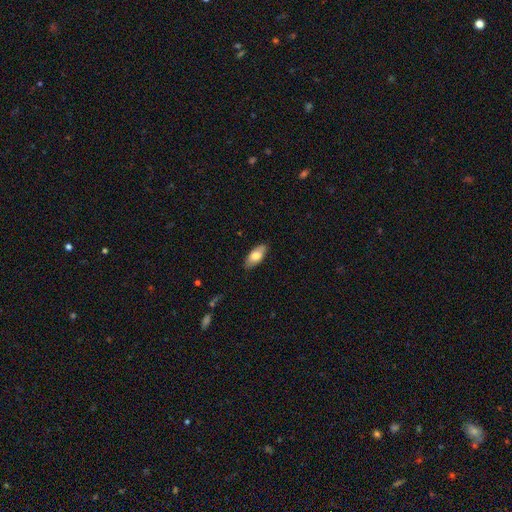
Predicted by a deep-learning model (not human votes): A smooth galaxy with no disk features (75%) that is in between round and cigar-shaped (88%). Merging: none (86%).